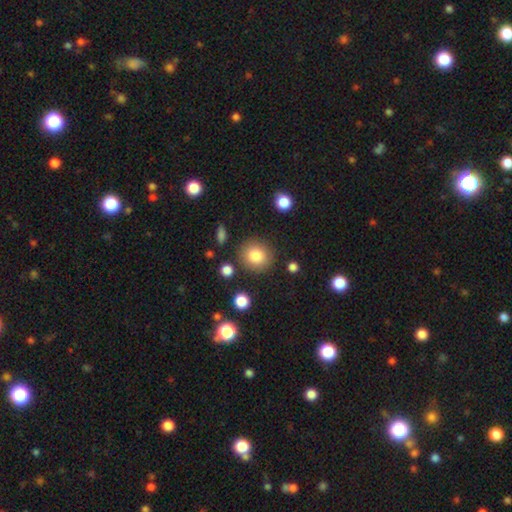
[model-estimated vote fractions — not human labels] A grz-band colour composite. It shows a smooth galaxy with no disk features (82%) that is round (86%). Merging: none (84%).